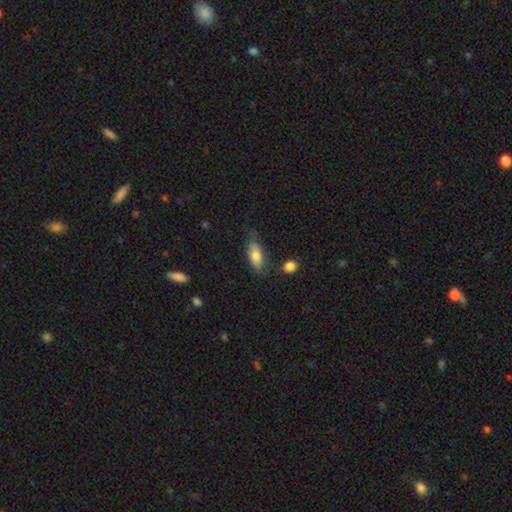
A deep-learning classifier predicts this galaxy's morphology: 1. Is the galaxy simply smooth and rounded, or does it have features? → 76% smooth, 17% featured or disk, 7% star or artifact.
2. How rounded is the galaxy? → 84% in between, 13% cigar-shaped, 3% round.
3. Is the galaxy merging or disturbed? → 64% none, 24% minor disturbance, 7% major disturbance, 5% merger.